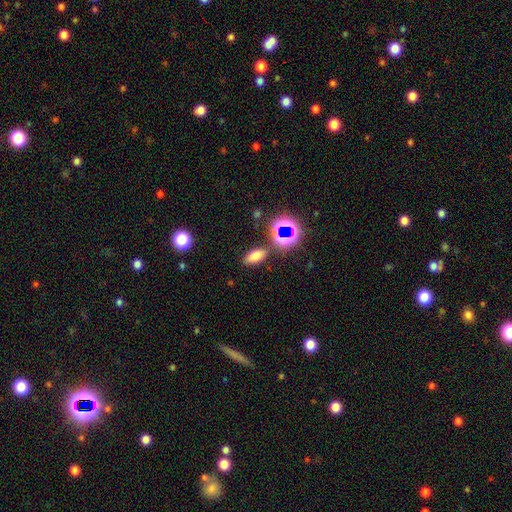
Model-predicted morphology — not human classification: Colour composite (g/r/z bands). It shows a smooth galaxy with no disk features (69%) that is in between round and cigar-shaped (79%). Merging: none (82%).